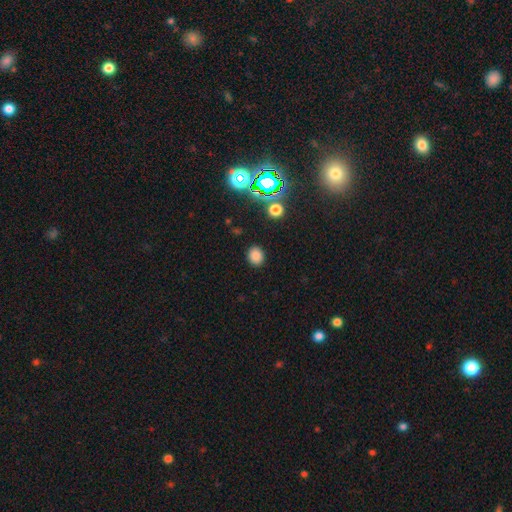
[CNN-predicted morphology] A smooth galaxy with no disk features (80%) that is round (59%). Merging: none (88%).